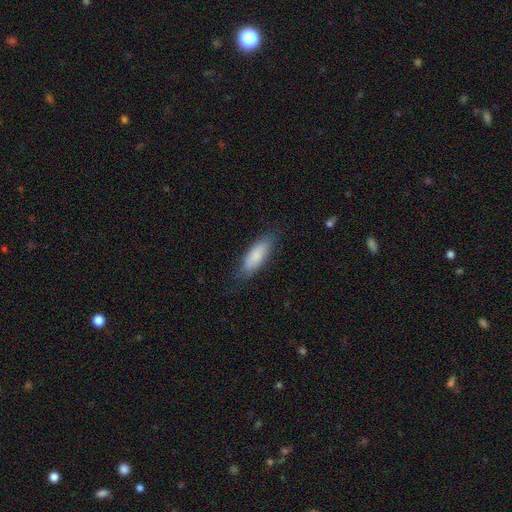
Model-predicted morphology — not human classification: Overall: smooth (83%). How rounded: in between (65%; cigar-shaped 33%). Merging: none (78%).